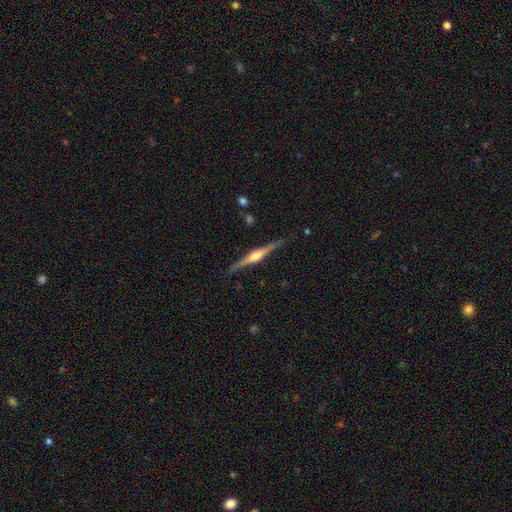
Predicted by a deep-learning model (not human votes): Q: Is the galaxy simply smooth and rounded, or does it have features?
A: featured or disk — 83%.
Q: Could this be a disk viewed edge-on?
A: yes — 98%.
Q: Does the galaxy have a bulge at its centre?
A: rounded — 91%.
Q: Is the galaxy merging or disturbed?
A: none — 88%.